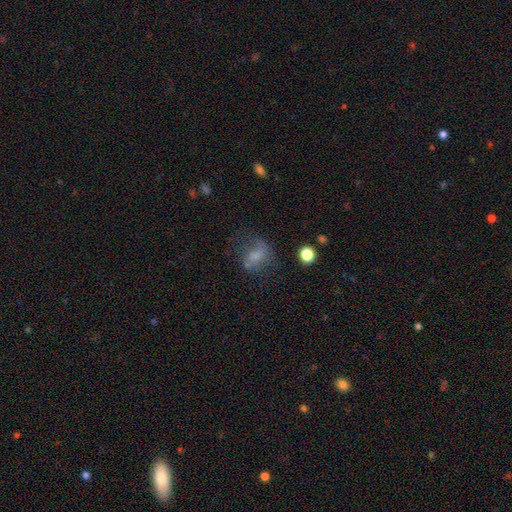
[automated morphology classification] Smooth or featured? Predicted: smooth (p=0.54). How rounded? Predicted: in between (p=0.57). Merging? Predicted: none (p=0.42).